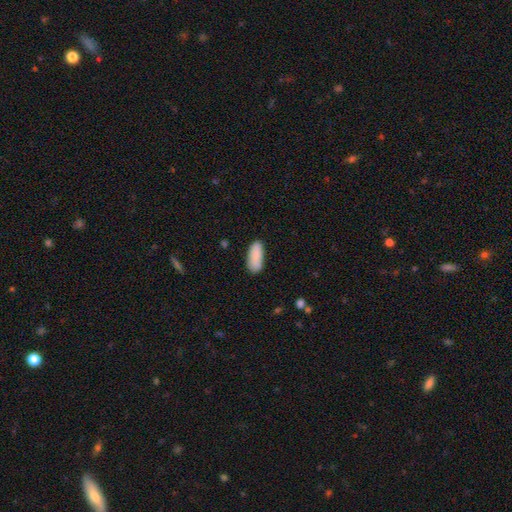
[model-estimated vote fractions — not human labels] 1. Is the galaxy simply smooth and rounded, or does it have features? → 88% smooth, 7% star or artifact, 6% featured or disk.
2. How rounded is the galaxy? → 82% in between, 16% cigar-shaped, 2% round.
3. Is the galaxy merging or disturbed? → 75% none, 19% minor disturbance, 4% major disturbance, 2% merger.